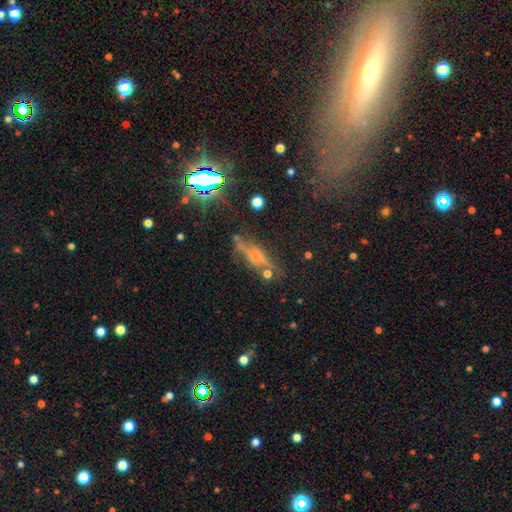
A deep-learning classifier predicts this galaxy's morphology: Smooth or featured: featured or disk — 37% (tied with smooth — 37%)
Merging: none — 53% (minor disturbance — 23%)